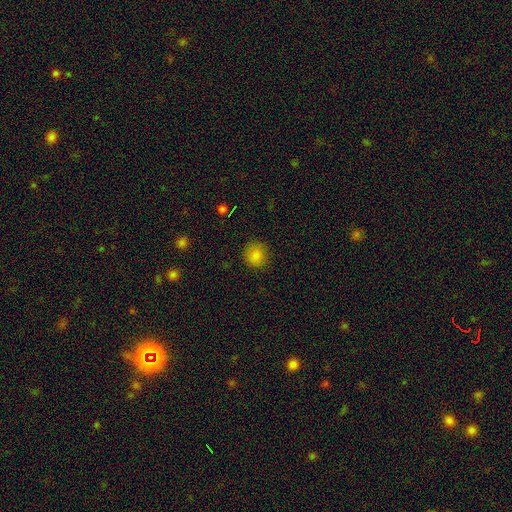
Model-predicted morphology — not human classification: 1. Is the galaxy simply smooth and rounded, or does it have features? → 84% smooth, 12% star or artifact, 4% featured or disk.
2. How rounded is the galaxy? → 91% round, 8% in between, 1% cigar-shaped.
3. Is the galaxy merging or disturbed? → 87% none, 9% minor disturbance, 3% major disturbance, 1% merger.